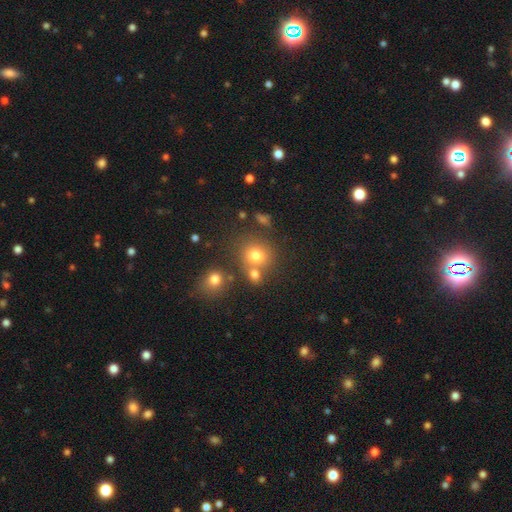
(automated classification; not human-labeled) Smooth or featured: smooth — 75% (star or artifact — 15%)
How rounded: round — 79% (in between — 20%)
Merging: none — 60% (merger — 26%)